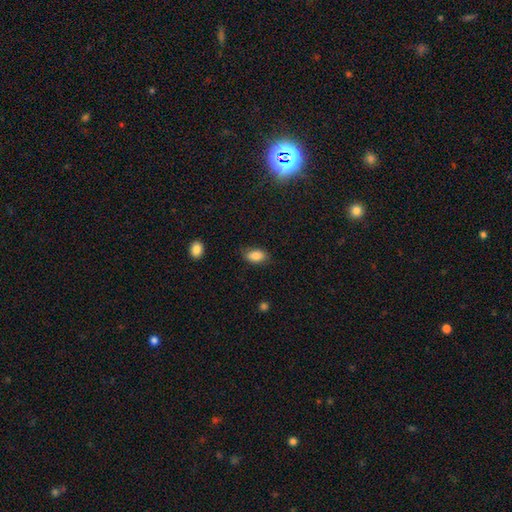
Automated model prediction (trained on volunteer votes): Smooth or featured: smooth — 86% (star or artifact — 8%)
How rounded: in between — 90% (round — 8%)
Merging: none — 79% (minor disturbance — 16%)